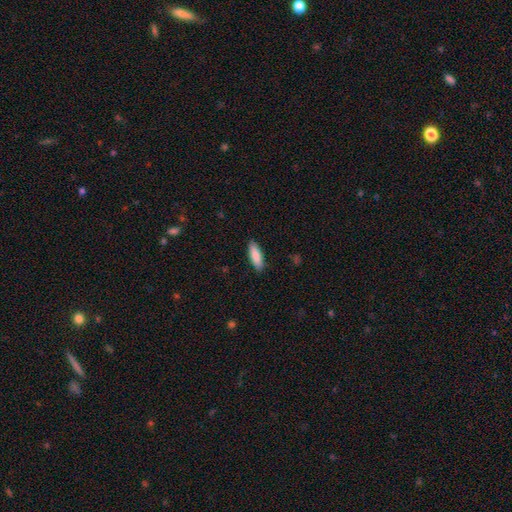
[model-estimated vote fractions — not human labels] A smooth galaxy with no disk features (87%) that is cigar-shaped (50%). Merging: none (89%).